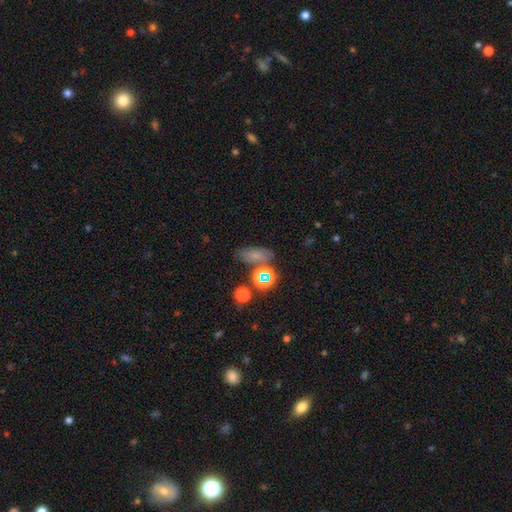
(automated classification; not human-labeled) A smooth galaxy with no disk features (58%) that is in between round and cigar-shaped (73%).

Vote fractions:
- Smooth or featured? smooth: 58% / star or artifact: 27% / featured or disk: 14%
- How rounded? in between: 73% / round: 17% / cigar-shaped: 10%
- Merging? none: 62% / minor disturbance: 16% / merger: 15% / major disturbance: 7%